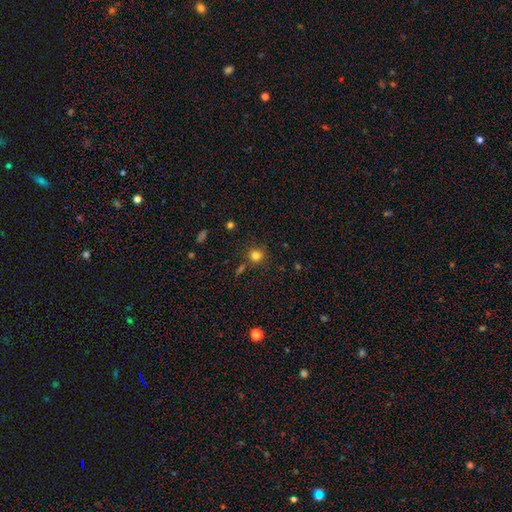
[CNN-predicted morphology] Smooth or featured: smooth — 79% (star or artifact — 15%)
How rounded: round — 90% (in between — 9%)
Merging: none — 80% (minor disturbance — 10%)